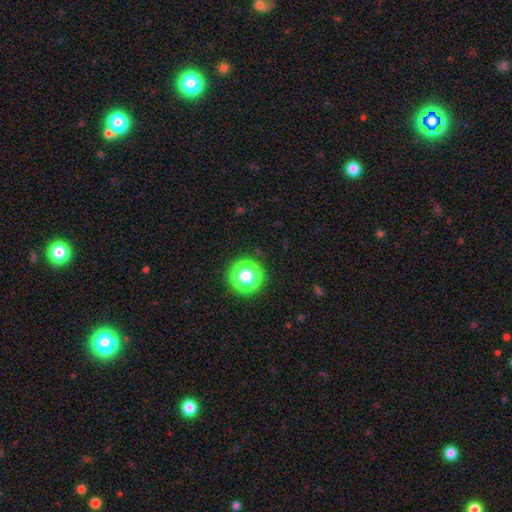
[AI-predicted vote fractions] star or artifact 73%, smooth 20%, featured or disk 7%.